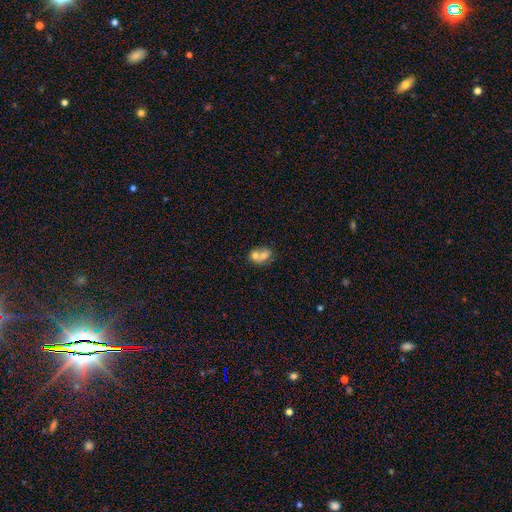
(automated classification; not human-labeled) The model was most divided on "how rounded": in between: 51%, round: 48%, cigar-shaped: 1%. More confident: merging — merger (71%); smooth or featured — smooth (66%).